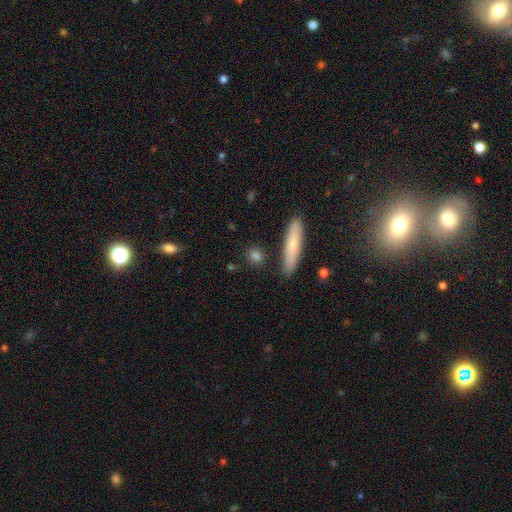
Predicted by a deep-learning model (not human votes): smooth-or-featured: smooth: 79% | featured or disk: 12% | star or artifact: 9%
  how-rounded: round: 45% | in between: 28% | cigar-shaped: 28%
  merging: none: 84% | minor disturbance: 10% | merger: 4% | major disturbance: 3%